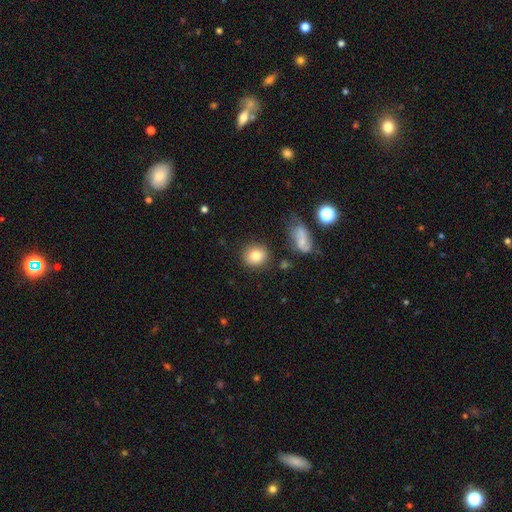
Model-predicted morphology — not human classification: Smooth or featured: smooth — 81% (star or artifact — 10%)
How rounded: round — 74% (in between — 25%)
Merging: none — 83% (minor disturbance — 10%)